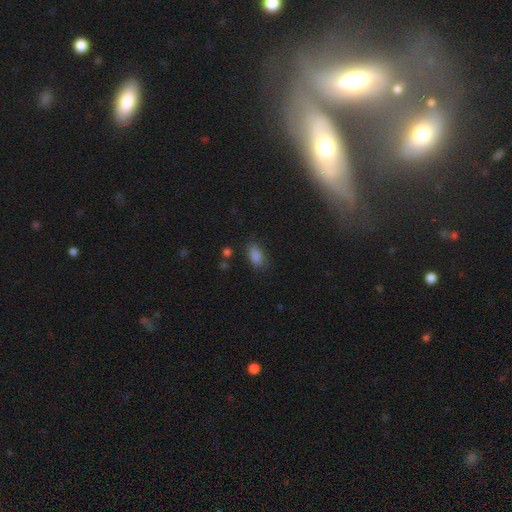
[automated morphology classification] This appears to be a smooth galaxy with no disk features (85%) that is in between round and cigar-shaped (90%). Merging: none (79%).